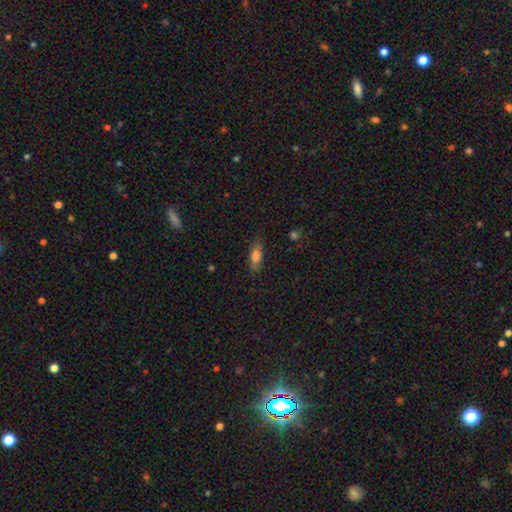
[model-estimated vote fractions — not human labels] Smooth or featured? Predicted: smooth (p=0.78). How rounded? Predicted: in between (p=0.69). Merging? Predicted: none (p=0.80).